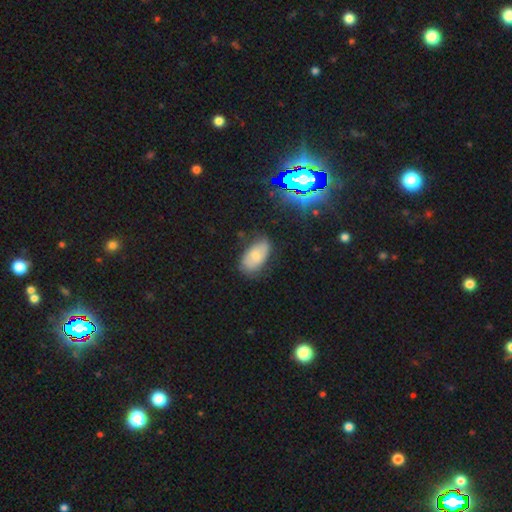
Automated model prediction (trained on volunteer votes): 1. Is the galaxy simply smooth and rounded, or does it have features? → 64% smooth, 26% featured or disk, 10% star or artifact.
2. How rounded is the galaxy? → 93% in between, 4% round, 3% cigar-shaped.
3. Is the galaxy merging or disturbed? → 68% none, 24% minor disturbance, 6% major disturbance, 2% merger.